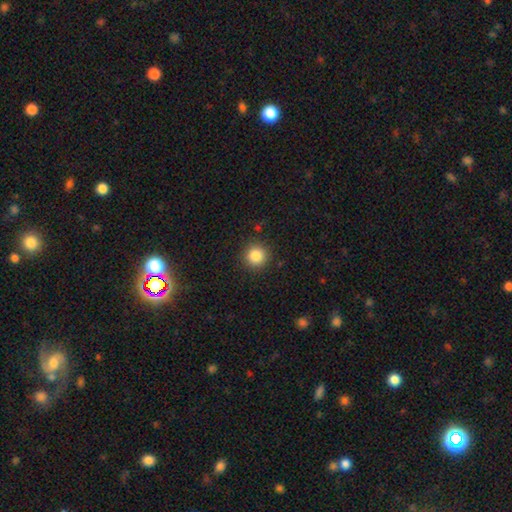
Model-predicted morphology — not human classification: smooth-or-featured: smooth: 85% | star or artifact: 10% | featured or disk: 4%
  how-rounded: round: 94% | in between: 5% | cigar-shaped: 1%
  merging: none: 90% | minor disturbance: 7% | major disturbance: 2% | merger: 1%